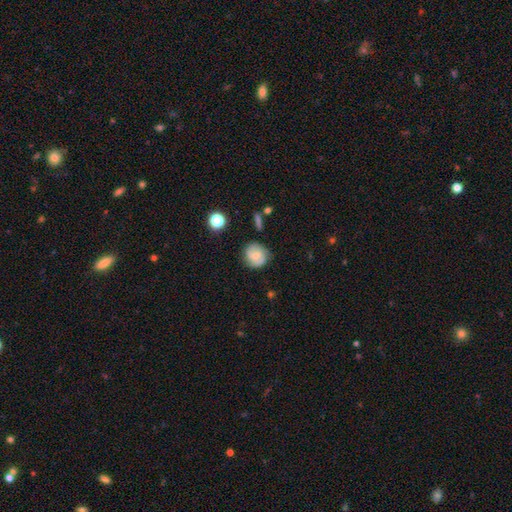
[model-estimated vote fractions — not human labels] A smooth galaxy with no disk features (50%).

Vote fractions:
- Smooth or featured? smooth: 50% / featured or disk: 42% / star or artifact: 9%
- Merging? none: 73% / minor disturbance: 20% / major disturbance: 5% / merger: 2%